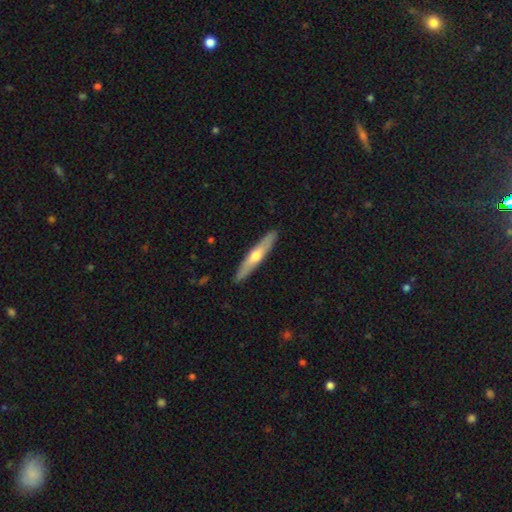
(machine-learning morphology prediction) smooth_or_featured: featured or disk (p=0.54) [alt: smooth p=0.41]
disk_edge_on: yes (p=0.91) [alt: no p=0.09]
merging: none (p=0.91) [alt: minor disturbance p=0.06]